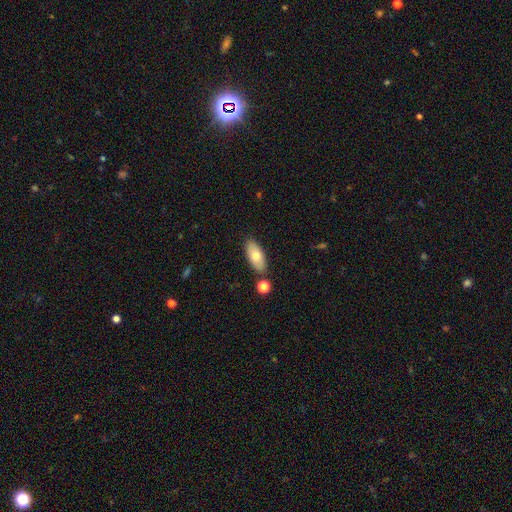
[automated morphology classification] This appears to be a smooth galaxy with no disk features (73%) that is in between round and cigar-shaped (86%). Merging: none (81%).